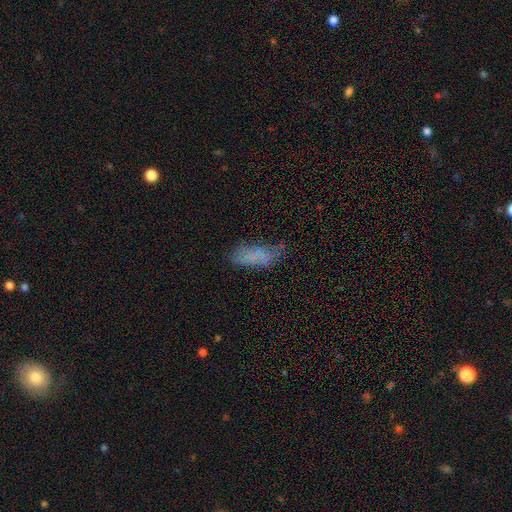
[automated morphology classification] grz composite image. It shows a smooth galaxy with no disk features (62%) that is in between round and cigar-shaped (75%). Merging: none (50%).